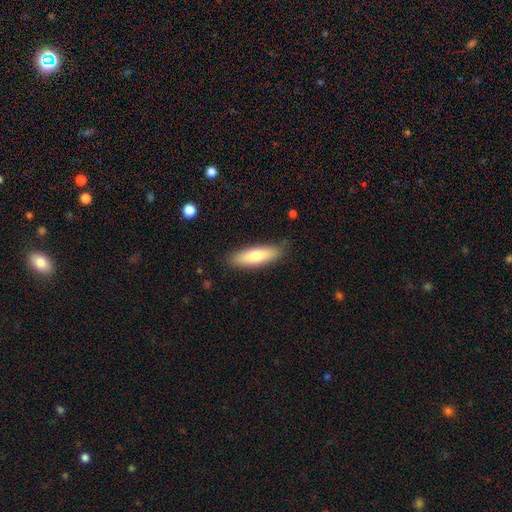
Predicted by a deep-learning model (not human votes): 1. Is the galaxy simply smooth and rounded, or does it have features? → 71% smooth, 23% featured or disk, 6% star or artifact.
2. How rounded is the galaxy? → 53% cigar-shaped, 45% in between, 2% round.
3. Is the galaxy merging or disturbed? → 86% none, 11% minor disturbance, 2% major disturbance, 1% merger.